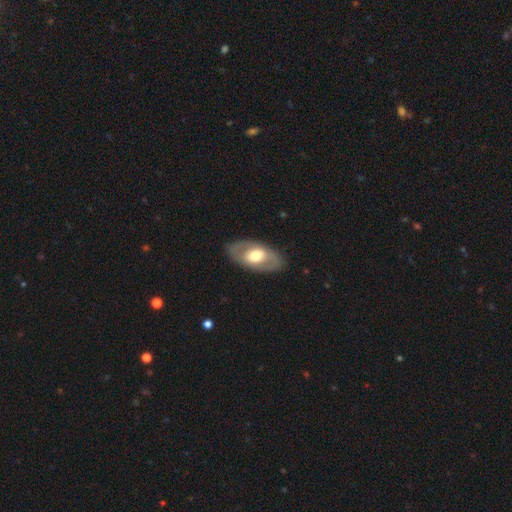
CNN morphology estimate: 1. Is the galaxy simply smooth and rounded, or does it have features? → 53% featured or disk, 42% smooth, 5% star or artifact.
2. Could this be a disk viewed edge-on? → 88% no, 12% yes.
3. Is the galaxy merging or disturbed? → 83% none, 11% minor disturbance, 4% major disturbance, 1% merger.